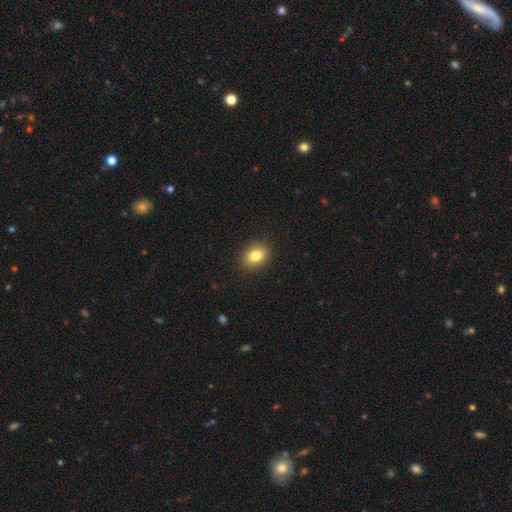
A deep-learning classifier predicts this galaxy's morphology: Smooth or featured: smooth — 82% (star or artifact — 10%)
How rounded: in between — 65% (round — 34%)
Merging: none — 88% (minor disturbance — 8%)